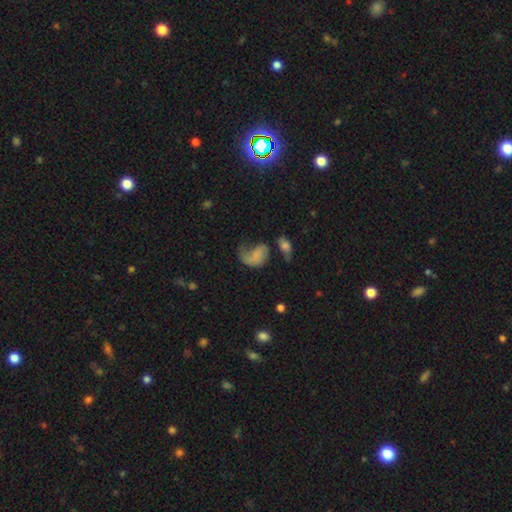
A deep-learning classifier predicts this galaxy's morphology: smooth 53%, featured or disk 35%, star or artifact 12%. Down the decision tree: how rounded — in between (78%); merging — major disturbance (45%).